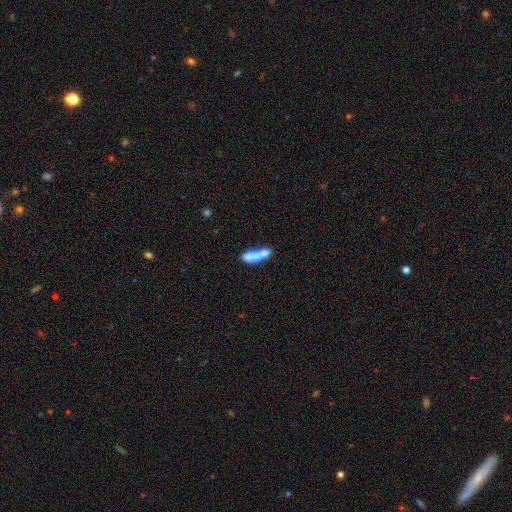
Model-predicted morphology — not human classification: smooth-or-featured: smooth: 55% | featured or disk: 37% | star or artifact: 9%
  how-rounded: in between: 61% | cigar-shaped: 28% | round: 11%
  merging: merger: 63% | none: 21% | minor disturbance: 9% | major disturbance: 7%